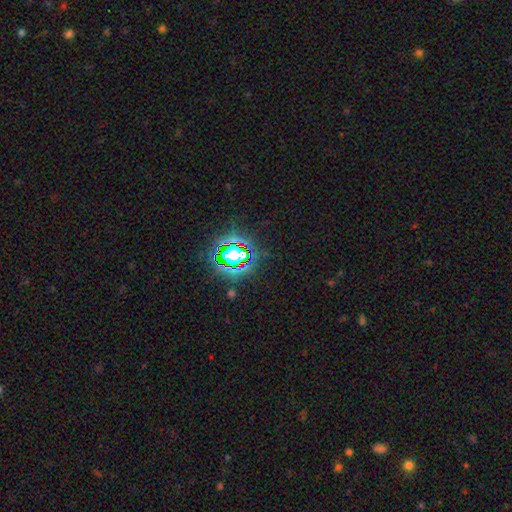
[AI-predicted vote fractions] Smooth or featured? Predicted: star or artifact (p=0.81).